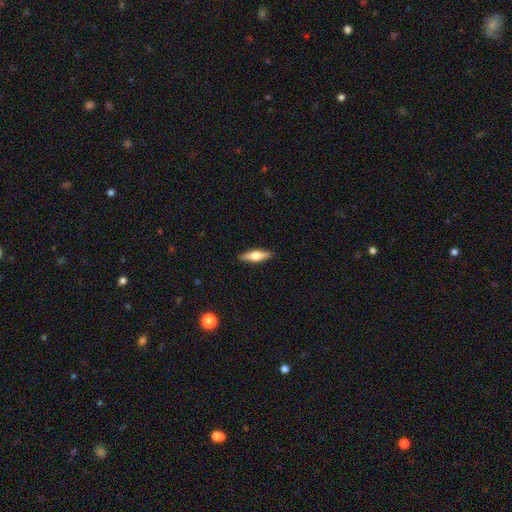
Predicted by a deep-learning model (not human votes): smooth_or_featured: smooth (p=0.51) [alt: featured or disk p=0.43]
how_rounded: cigar-shaped (p=0.54) [alt: in between p=0.43]
merging: none (p=0.90) [alt: minor disturbance p=0.07]